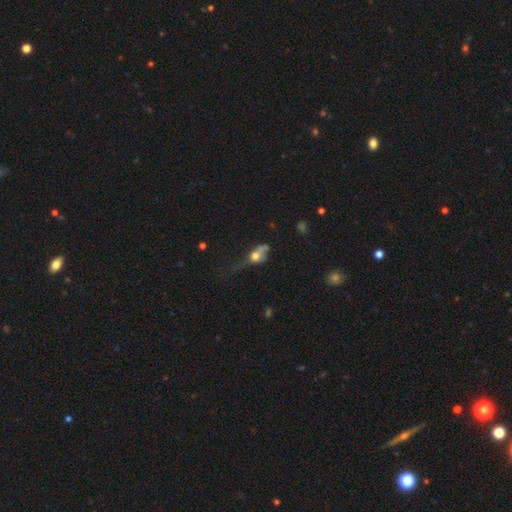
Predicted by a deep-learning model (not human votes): Q: Smooth or featured?
A: smooth (60%); runner-up: featured or disk (29%)
Q: How rounded?
A: in between (60%); runner-up: round (31%)
Q: Merging?
A: major disturbance (43%); runner-up: none (22%)